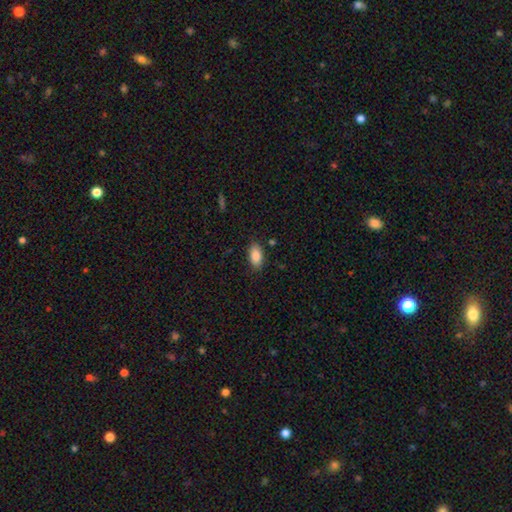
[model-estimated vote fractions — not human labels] The model was most divided on "merging": none: 84%, minor disturbance: 12%, major disturbance: 3%, merger: 2%. More confident: how rounded — in between (93%); smooth or featured — smooth (87%).